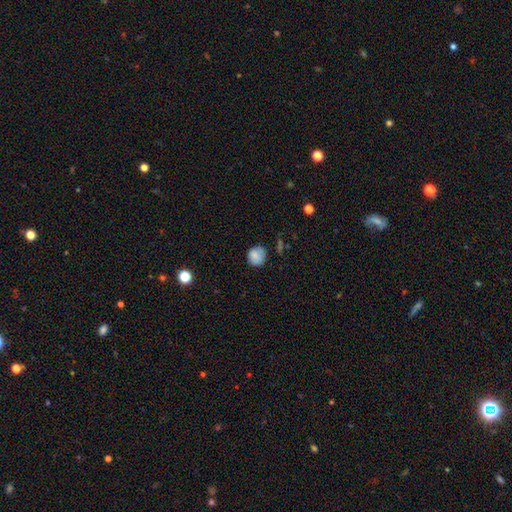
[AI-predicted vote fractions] smooth 84%, star or artifact 9%, featured or disk 7%. Down the decision tree: how rounded — round (83%); merging — none (71%).